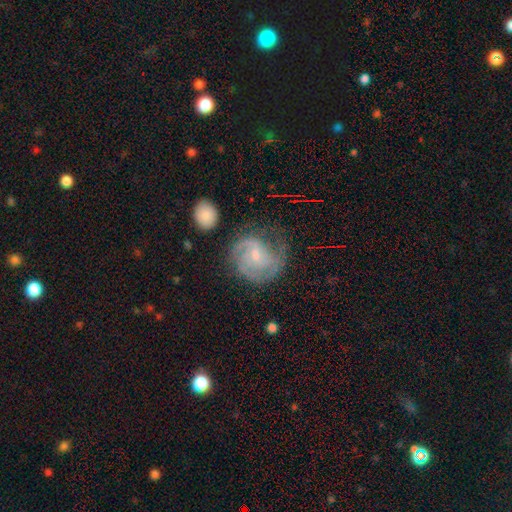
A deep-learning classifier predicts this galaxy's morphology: Overall: featured or disk (77%). Edge-on disk: no (98%). Bar: no (48%; weak 45%). Spiral arms: yes (92%). Spiral arm count: 2 (38%; can't tell 26%). Spiral winding: medium (42%; tight 41%). Bulge size: small (65%; moderate 27%). Merging: none (54%; minor disturbance 24%).